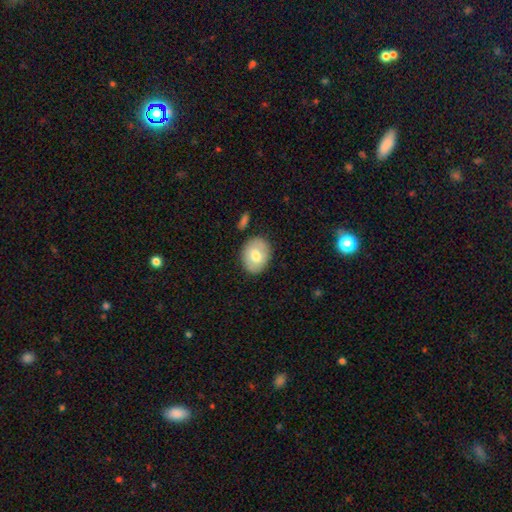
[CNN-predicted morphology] A smooth galaxy with no disk features (69%) that is in between round and cigar-shaped (56%). Merging: none (83%).